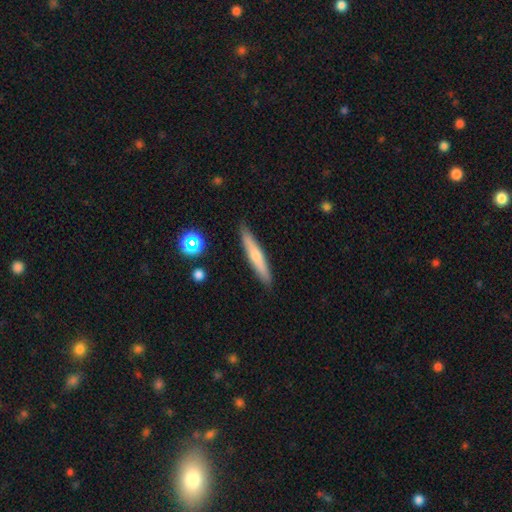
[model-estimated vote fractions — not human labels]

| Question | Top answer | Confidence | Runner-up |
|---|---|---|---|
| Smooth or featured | smooth | 48% | featured or disk (45%) |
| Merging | none | 90% | minor disturbance (8%) |